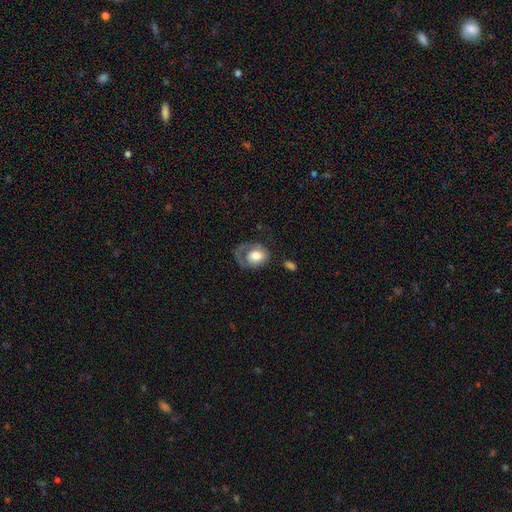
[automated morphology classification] Smooth or featured? Predicted: smooth (p=0.53). How rounded? Predicted: in between (p=0.57). Merging? Predicted: major disturbance (p=0.37, tied with none).